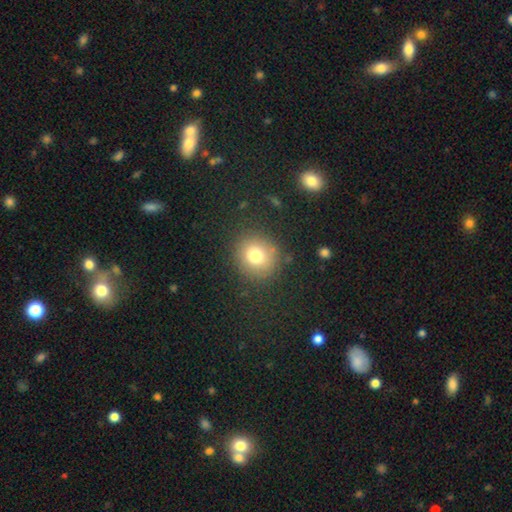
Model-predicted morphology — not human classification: smooth_or_featured: smooth (p=0.76) [alt: star or artifact p=0.14]
how_rounded: round (p=0.85) [alt: in between p=0.14]
merging: none (p=0.85) [alt: minor disturbance p=0.09]